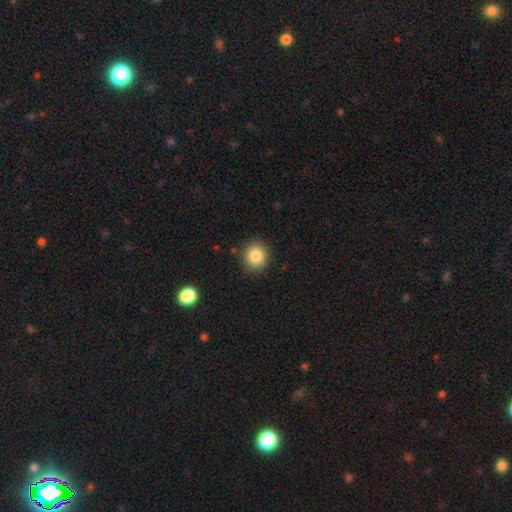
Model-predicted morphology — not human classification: smooth_or_featured: smooth (p=0.86) [alt: star or artifact p=0.09]
how_rounded: round (p=0.83) [alt: in between p=0.16]
merging: none (p=0.86) [alt: minor disturbance p=0.10]